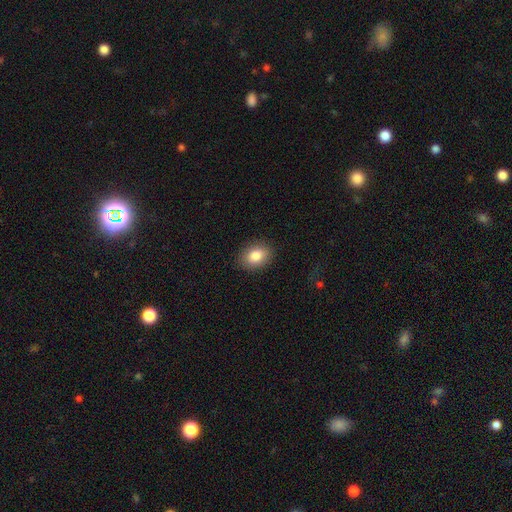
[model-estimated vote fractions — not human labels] This appears to be a smooth galaxy with no disk features (83%) that is in between round and cigar-shaped (66%). Merging: none (88%).